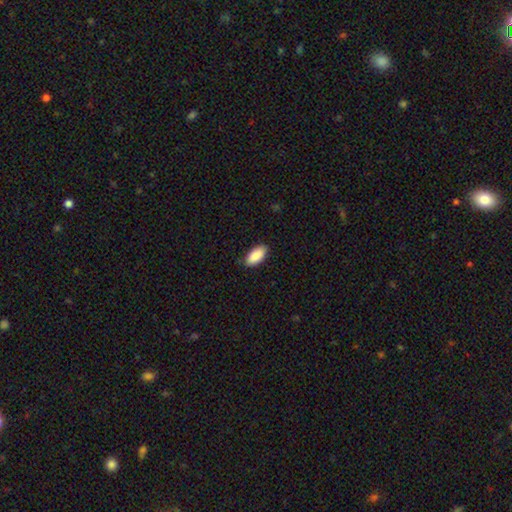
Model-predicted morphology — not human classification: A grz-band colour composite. It shows a smooth galaxy with no disk features (89%) that is in between round and cigar-shaped (91%). Merging: none (88%).